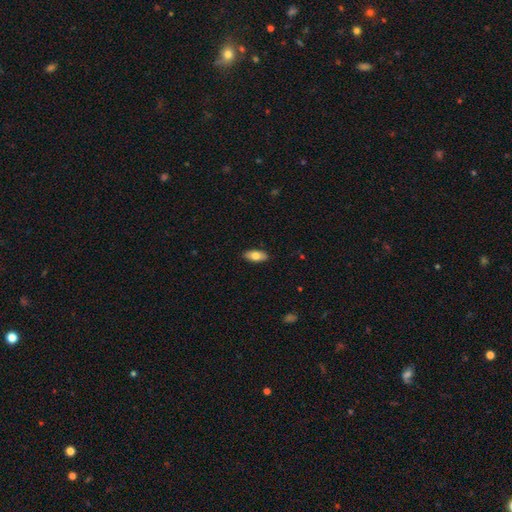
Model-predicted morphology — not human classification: This is likely a smooth galaxy (75%). How rounded: clearly in between (89%). Merging: clearly none (89%).